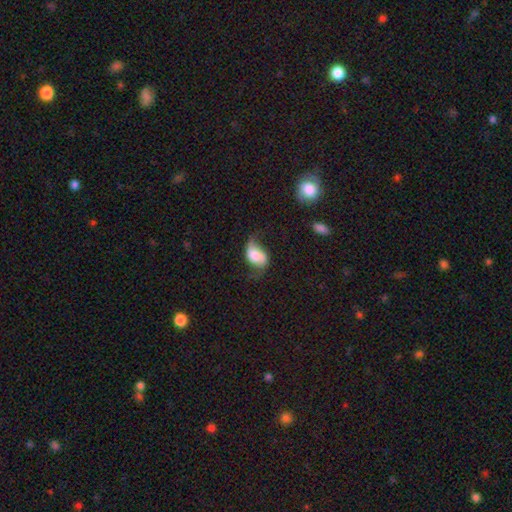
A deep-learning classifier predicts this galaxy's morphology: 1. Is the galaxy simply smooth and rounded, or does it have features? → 50% smooth, 41% featured or disk, 9% star or artifact.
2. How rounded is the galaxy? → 86% in between, 12% round, 2% cigar-shaped.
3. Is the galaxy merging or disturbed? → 41% none, 34% minor disturbance, 22% major disturbance, 3% merger.